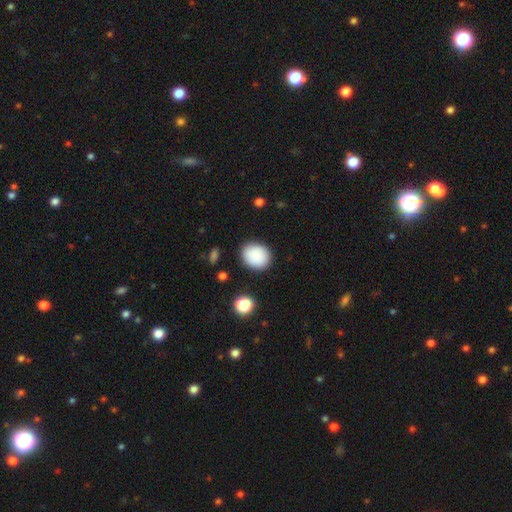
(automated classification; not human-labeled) This is clearly a smooth galaxy (88%). How rounded: likely round (62%). Merging: clearly none (86%).